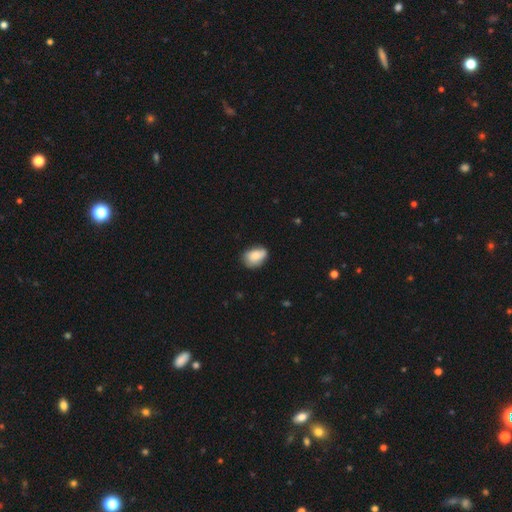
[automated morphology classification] Overall: smooth (79%). How rounded: in between (84%). Merging: none (58%; minor disturbance 33%).